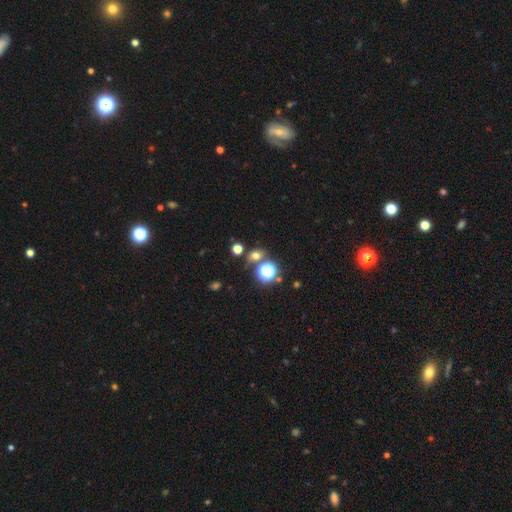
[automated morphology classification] Smooth or featured?
  - smooth: 59% *
  - star or artifact: 32%
  - featured or disk: 9%
How rounded?
  - round: 66% *
  - in between: 32%
  - cigar-shaped: 2%
Merging?
  - none: 74% *
  - merger: 13%
  - minor disturbance: 10%
  - major disturbance: 4%